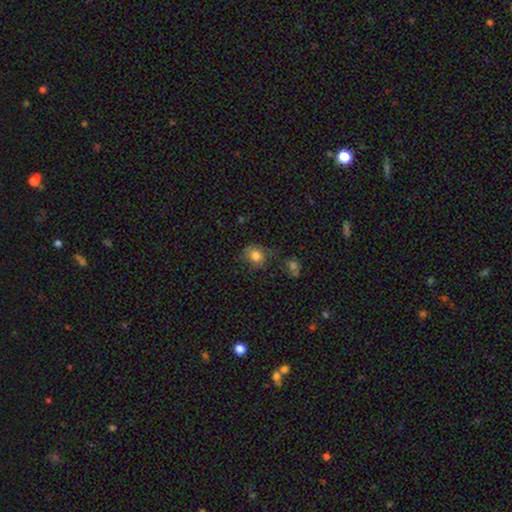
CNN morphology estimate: A smooth galaxy with no disk features (79%) that is round (65%). Merging: none (60%).